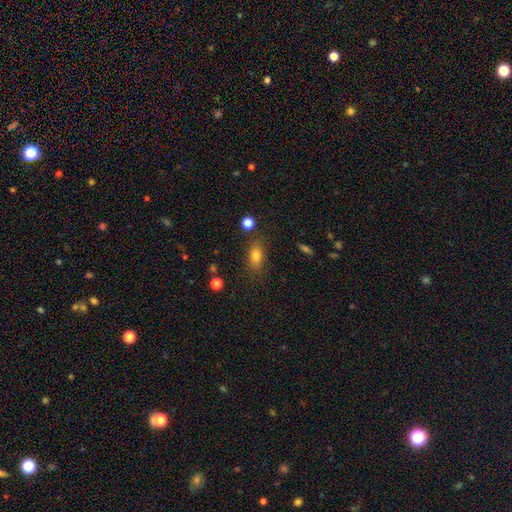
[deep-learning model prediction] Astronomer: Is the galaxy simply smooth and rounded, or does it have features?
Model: smooth — 78%.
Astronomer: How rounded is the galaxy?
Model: in between — 80%.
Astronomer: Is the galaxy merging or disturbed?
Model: none — 80%.